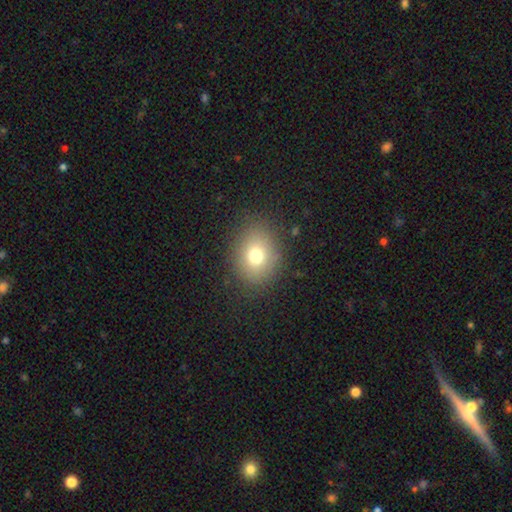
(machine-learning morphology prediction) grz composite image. It shows a smooth galaxy with no disk features (74%) that is round (59%). Merging: none (85%).